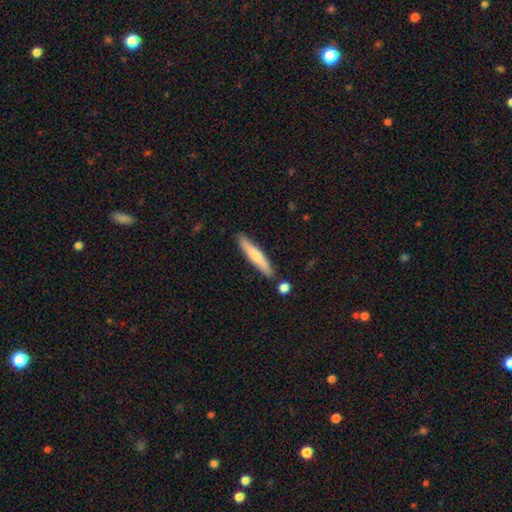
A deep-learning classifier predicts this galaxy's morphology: The model was most divided on "smooth or featured": smooth: 63%, featured or disk: 31%, star or artifact: 5%. More confident: how rounded — cigar-shaped (91%); merging — none (84%).